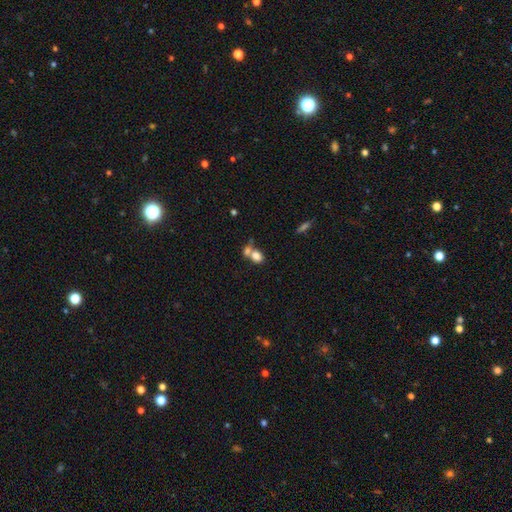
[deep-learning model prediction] The model was most divided on "merging": merger: 57%, none: 31%, minor disturbance: 8%, major disturbance: 4%. More confident: smooth or featured — smooth (78%); how rounded — in between (62%).